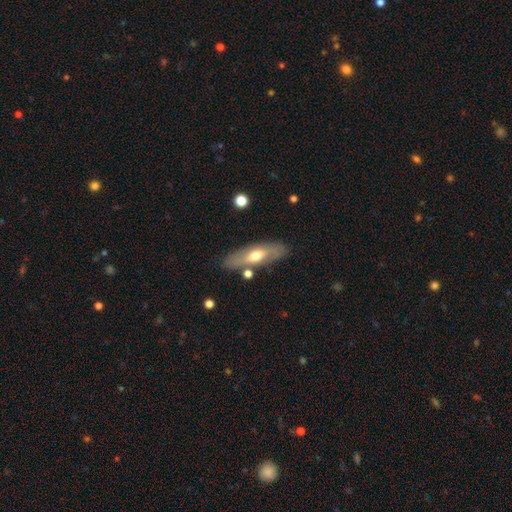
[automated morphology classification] Q: Smooth or featured?
A: featured or disk (47%); tied with: smooth (47%)
Q: Merging?
A: none (79%); runner-up: minor disturbance (13%)